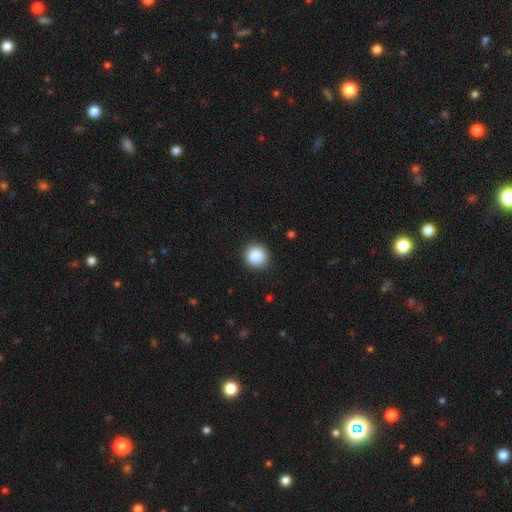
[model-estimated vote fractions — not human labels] Q: Smooth or featured?
A: smooth (87%); runner-up: star or artifact (9%)
Q: How rounded?
A: round (92%); runner-up: in between (8%)
Q: Merging?
A: none (90%); runner-up: minor disturbance (7%)